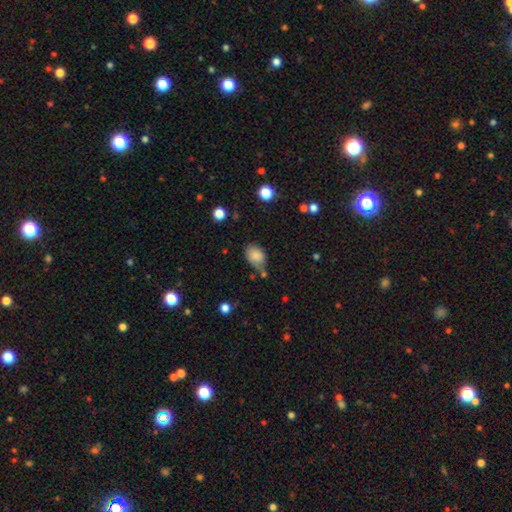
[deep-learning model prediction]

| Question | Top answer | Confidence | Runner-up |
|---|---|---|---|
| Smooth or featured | smooth | 84% | star or artifact (9%) |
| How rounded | in between | 75% | round (24%) |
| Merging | none | 55% | minor disturbance (27%) |